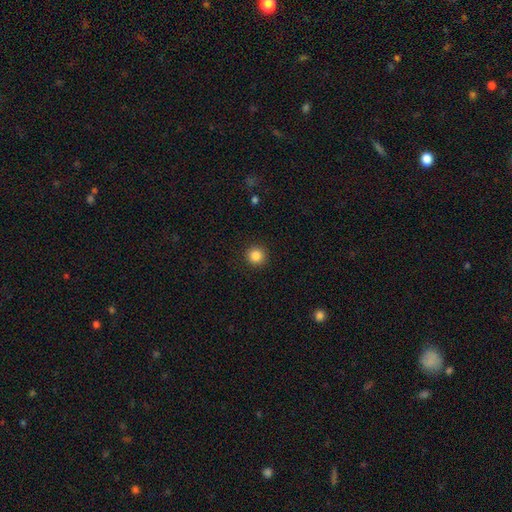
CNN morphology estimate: A smooth galaxy with no disk features (86%) that is round (95%). Merging: none (92%).